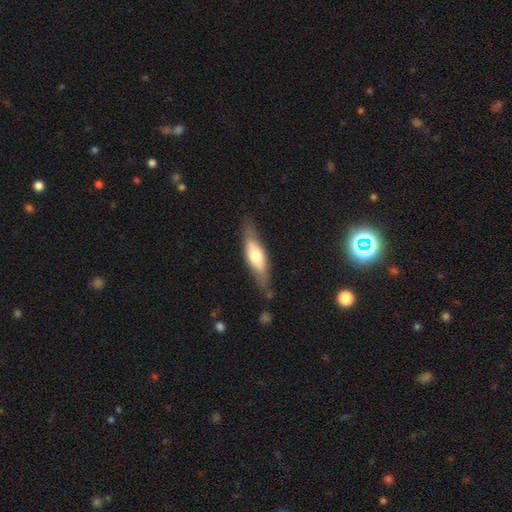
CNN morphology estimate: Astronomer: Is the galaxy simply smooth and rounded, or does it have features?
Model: smooth — 52% (runner-up: featured or disk, 42%).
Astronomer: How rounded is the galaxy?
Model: cigar-shaped — 56% (runner-up: in between, 42%).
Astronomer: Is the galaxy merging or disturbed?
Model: none — 75%.